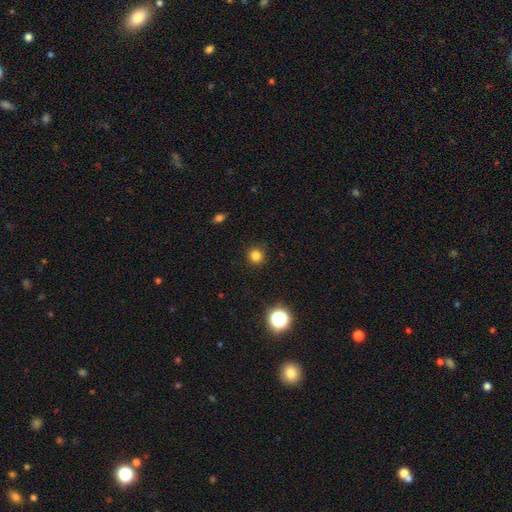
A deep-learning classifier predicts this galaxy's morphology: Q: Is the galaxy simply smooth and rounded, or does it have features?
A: smooth — 81%.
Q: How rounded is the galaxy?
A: round — 93%.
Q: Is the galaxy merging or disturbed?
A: none — 90%.